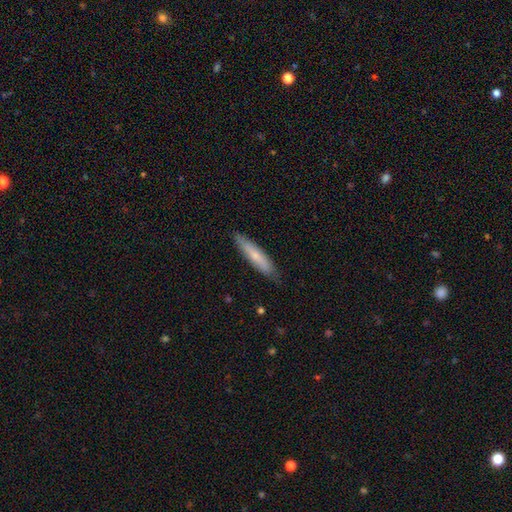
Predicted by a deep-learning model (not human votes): Morphology: type=smooth (65%); roundness=cigar-shaped (84%); merging=none (82%).